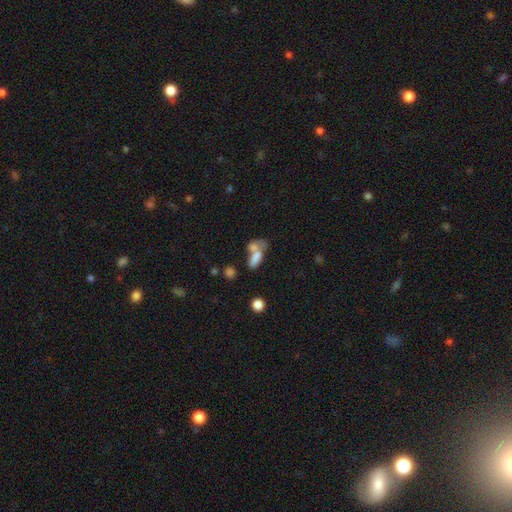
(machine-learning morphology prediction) This is likely a smooth galaxy (71%). How rounded: likely in between (79%). Merging: possibly merger (58%).